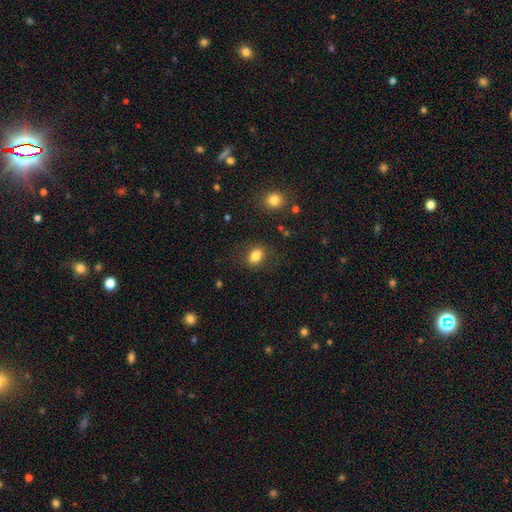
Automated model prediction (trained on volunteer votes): The model was most divided on "how rounded": in between: 68%, round: 31%, cigar-shaped: 1%. More confident: smooth or featured — smooth (83%); merging — none (80%).